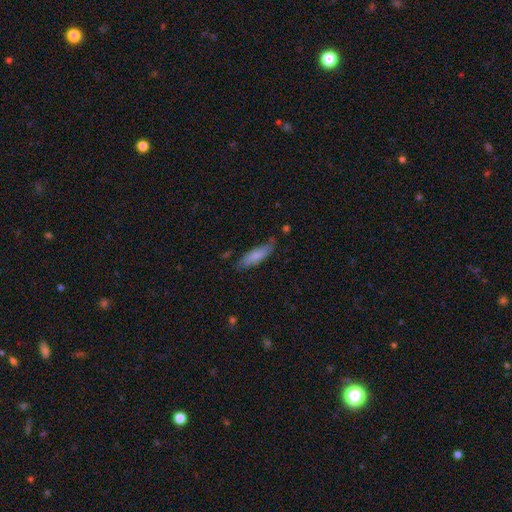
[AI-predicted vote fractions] smooth 78%, featured or disk 16%, star or artifact 6%. Down the decision tree: how rounded — cigar-shaped (58%); merging — none (74%).